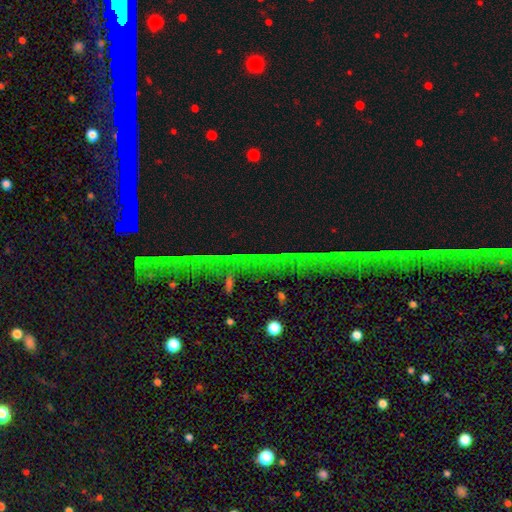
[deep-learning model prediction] Smooth or featured: star or artifact — 73% (smooth — 14%)